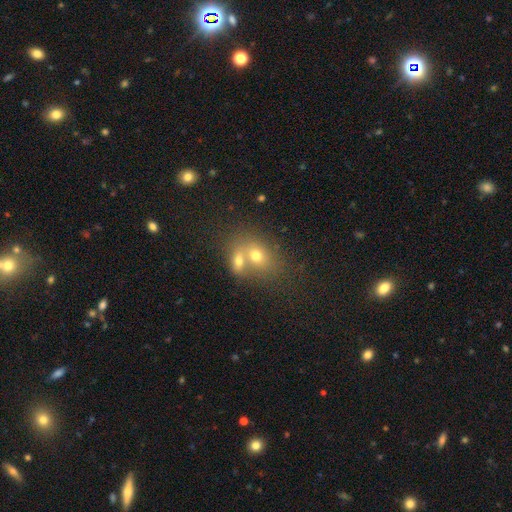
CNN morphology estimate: smooth-or-featured: smooth: 65% | featured or disk: 22% | star or artifact: 13%
  how-rounded: in between: 55% | round: 43% | cigar-shaped: 2%
  merging: merger: 62% | none: 27% | minor disturbance: 7% | major disturbance: 4%